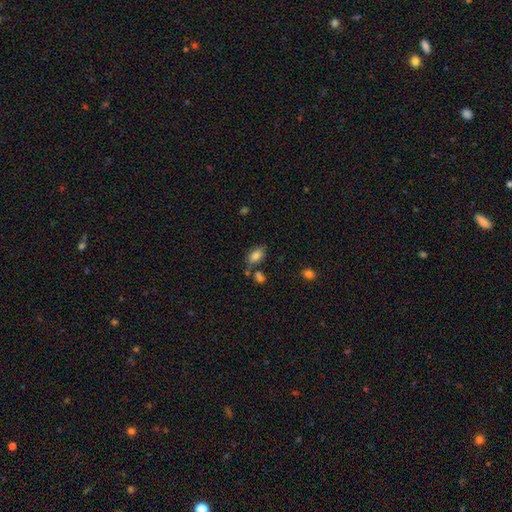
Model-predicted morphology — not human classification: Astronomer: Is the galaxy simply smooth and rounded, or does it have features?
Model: smooth — 80%.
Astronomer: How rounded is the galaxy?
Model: in between — 90%.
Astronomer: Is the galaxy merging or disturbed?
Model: none — 66%.